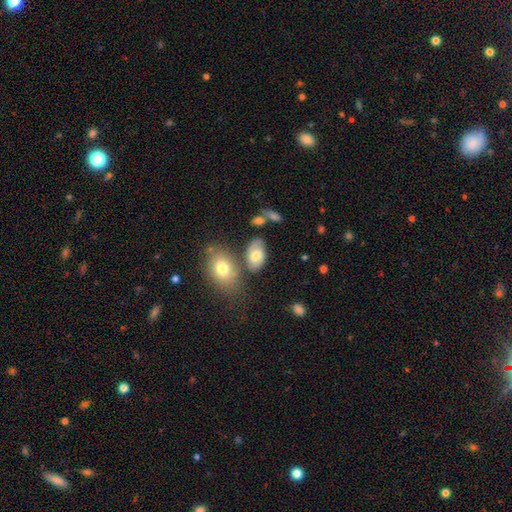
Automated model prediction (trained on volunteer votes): Q: Smooth or featured?
A: smooth (65%); runner-up: featured or disk (26%)
Q: How rounded?
A: in between (90%); runner-up: round (8%)
Q: Merging?
A: none (59%); runner-up: minor disturbance (19%)